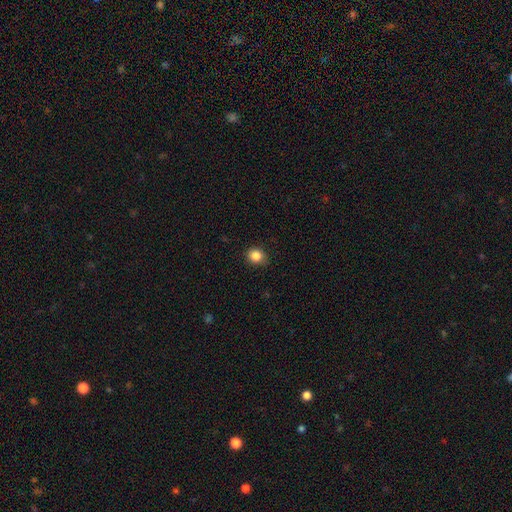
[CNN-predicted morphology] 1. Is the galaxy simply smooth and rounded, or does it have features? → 85% smooth, 11% star or artifact, 4% featured or disk.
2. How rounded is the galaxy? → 72% round, 27% in between, 1% cigar-shaped.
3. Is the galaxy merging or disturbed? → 86% none, 11% minor disturbance, 2% major disturbance, 1% merger.